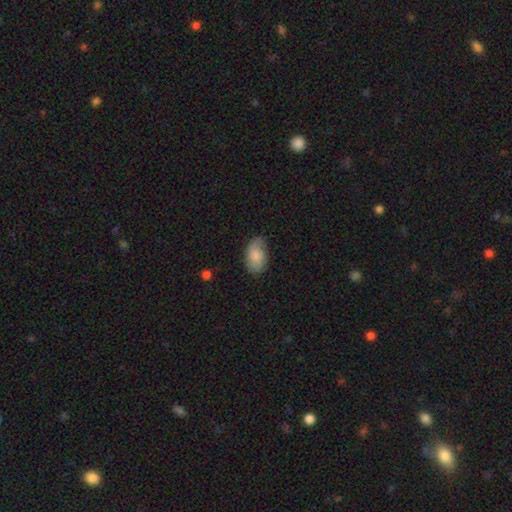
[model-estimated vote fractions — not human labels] Overall: smooth (69%). How rounded: in between (92%). Merging: none (72%).